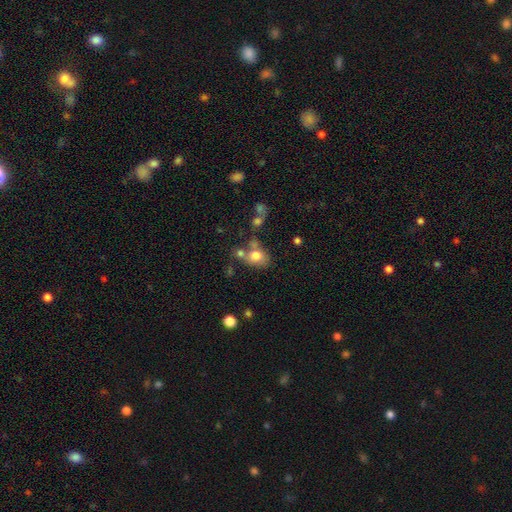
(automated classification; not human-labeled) Smooth or featured? smooth (75%)
How rounded? in between (55%)
Merging? none (46%)